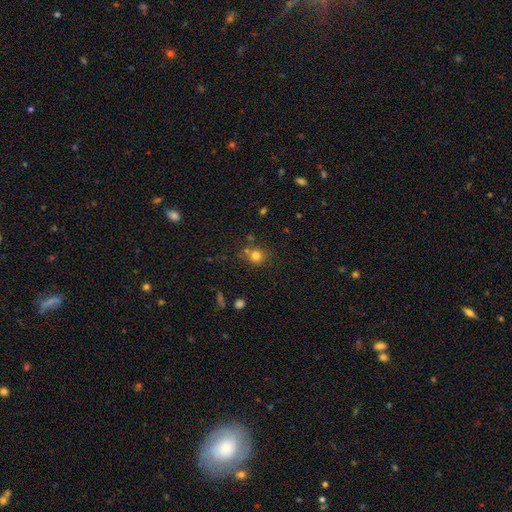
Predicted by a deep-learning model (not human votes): Q: Smooth or featured?
A: smooth (78%); runner-up: star or artifact (14%)
Q: How rounded?
A: round (84%); runner-up: in between (15%)
Q: Merging?
A: none (68%); runner-up: merger (15%)